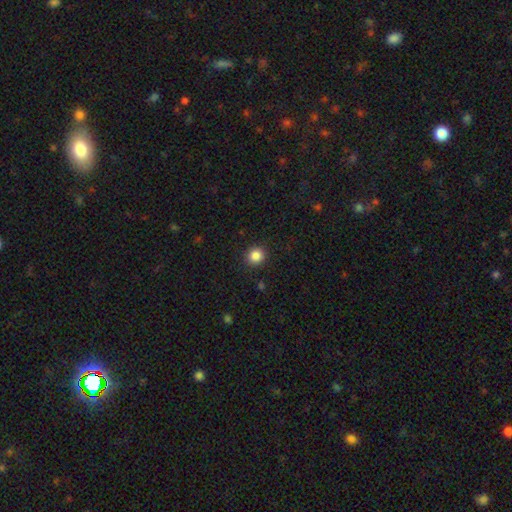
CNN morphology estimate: A smooth galaxy with no disk features (85%) that is round (90%).

Vote fractions:
- Smooth or featured? smooth: 85% / star or artifact: 11% / featured or disk: 4%
- How rounded? round: 90% / in between: 9% / cigar-shaped: 1%
- Merging? none: 91% / minor disturbance: 6% / major disturbance: 2% / merger: 1%